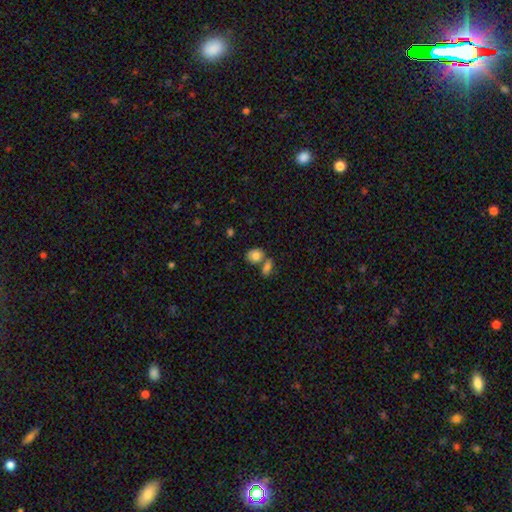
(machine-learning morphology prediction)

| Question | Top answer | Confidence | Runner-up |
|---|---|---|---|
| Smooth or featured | smooth | 82% | featured or disk (9%) |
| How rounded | in between | 57% | round (41%) |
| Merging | none | 47% | merger (39%) |